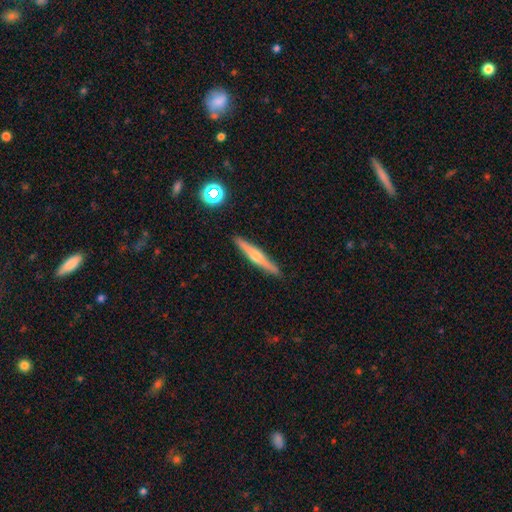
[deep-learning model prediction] Smooth or featured?
  - featured or disk: 63% *
  - smooth: 30%
  - star or artifact: 7%
Edge-on disk?
  - yes: 97% *
  - no: 3%
Edge-on bulge?
  - rounded: 84% *
  - none: 11%
  - boxy: 5%
Merging?
  - none: 91% *
  - minor disturbance: 6%
  - major disturbance: 1%
  - merger: 1%